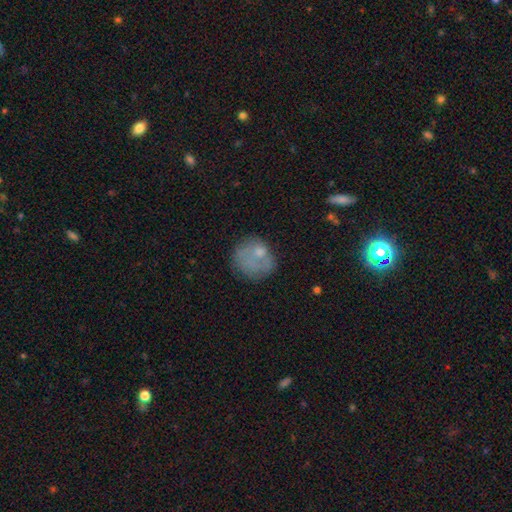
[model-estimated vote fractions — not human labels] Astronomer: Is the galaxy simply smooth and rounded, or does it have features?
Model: smooth — 61%.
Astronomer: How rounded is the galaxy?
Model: round — 76%.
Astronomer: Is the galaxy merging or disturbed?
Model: none — 49%.